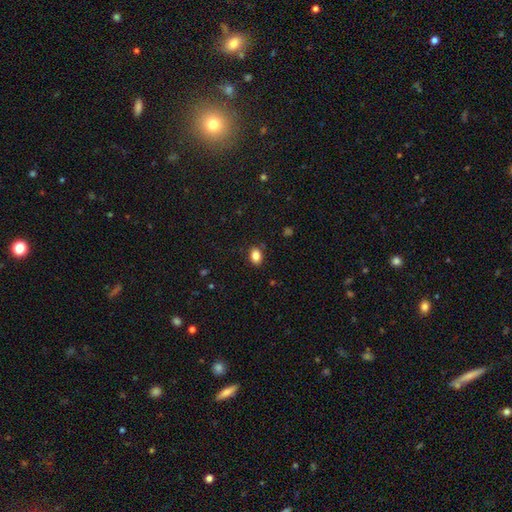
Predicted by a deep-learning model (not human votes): Smooth or featured: smooth — 86% (star or artifact — 10%)
How rounded: in between — 77% (round — 22%)
Merging: none — 86% (minor disturbance — 10%)